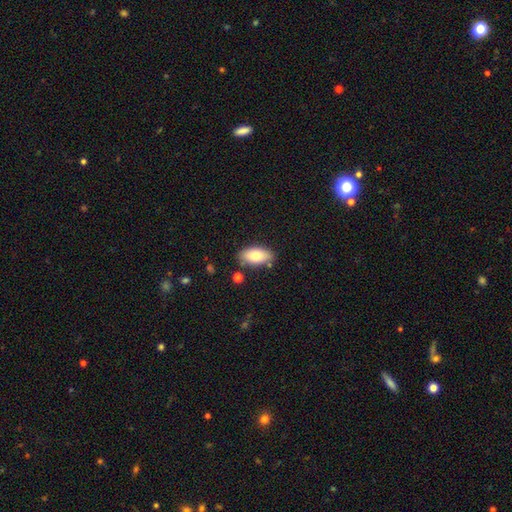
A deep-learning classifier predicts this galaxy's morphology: type=smooth (76%); roundness=in between (92%); merging=none (82%).